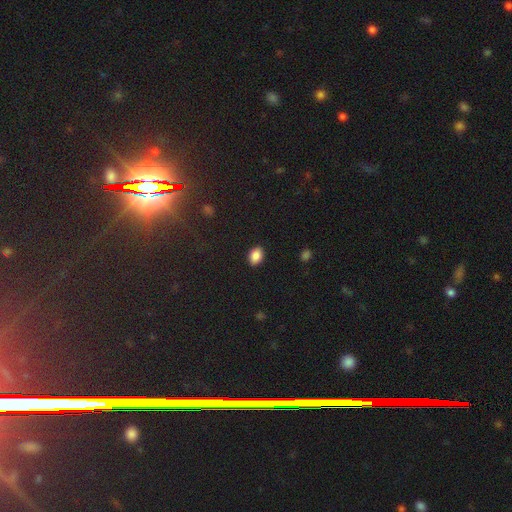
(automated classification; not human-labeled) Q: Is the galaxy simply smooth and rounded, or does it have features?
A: smooth — 87%.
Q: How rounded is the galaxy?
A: in between — 78%.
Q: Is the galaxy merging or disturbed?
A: none — 88%.